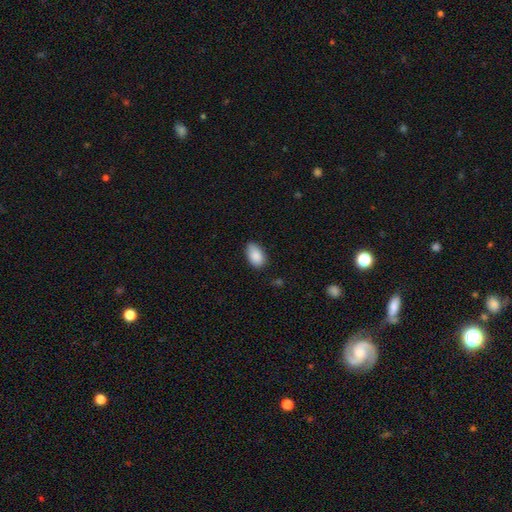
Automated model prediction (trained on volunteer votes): Overall: smooth (88%). How rounded: in between (93%). Merging: none (77%).